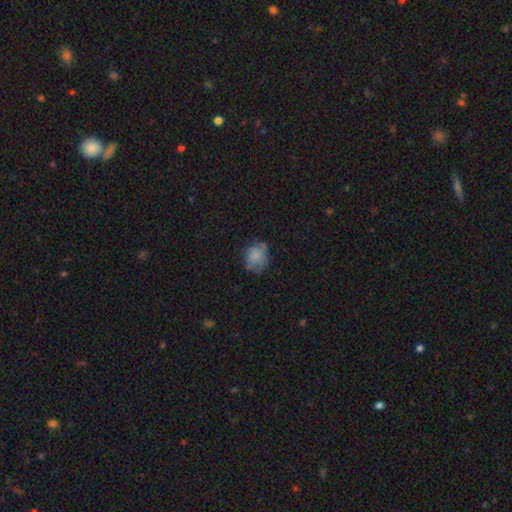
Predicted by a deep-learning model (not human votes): A smooth galaxy with no disk features (65%) that is round (63%).

Vote fractions:
- Smooth or featured? smooth: 65% / featured or disk: 24% / star or artifact: 11%
- How rounded? round: 63% / in between: 36% / cigar-shaped: 1%
- Merging? none: 57% / minor disturbance: 28% / major disturbance: 13% / merger: 2%